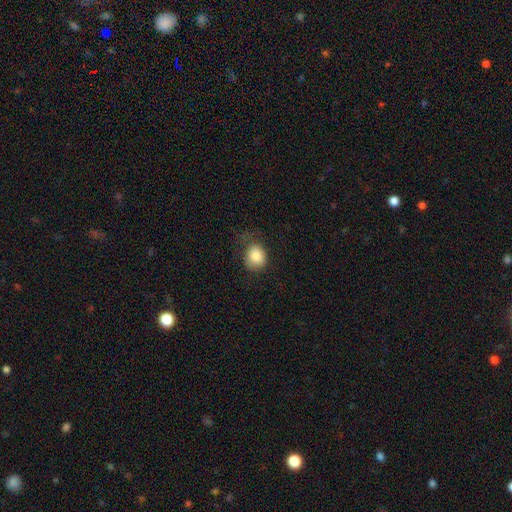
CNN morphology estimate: A smooth galaxy with no disk features (85%) that is round (69%).

Vote fractions:
- Smooth or featured? smooth: 85% / star or artifact: 9% / featured or disk: 6%
- How rounded? round: 69% / in between: 30% / cigar-shaped: 1%
- Merging? none: 56% / minor disturbance: 29% / major disturbance: 14% / merger: 2%